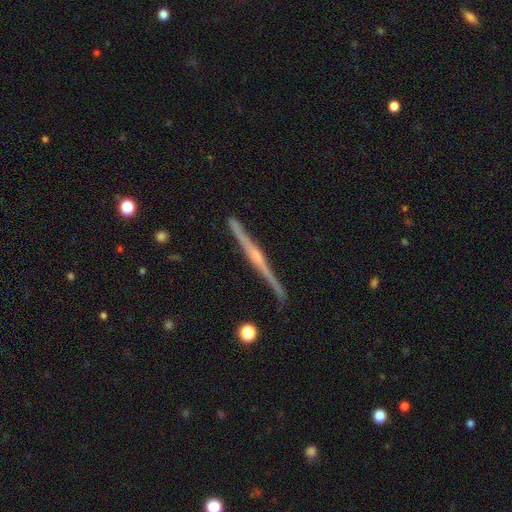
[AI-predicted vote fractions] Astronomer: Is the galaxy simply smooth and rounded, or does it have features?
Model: featured or disk — 82%.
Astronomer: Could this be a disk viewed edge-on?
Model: yes — 98%.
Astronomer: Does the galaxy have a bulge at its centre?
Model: rounded — 72%.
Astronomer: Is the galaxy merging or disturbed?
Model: none — 88%.